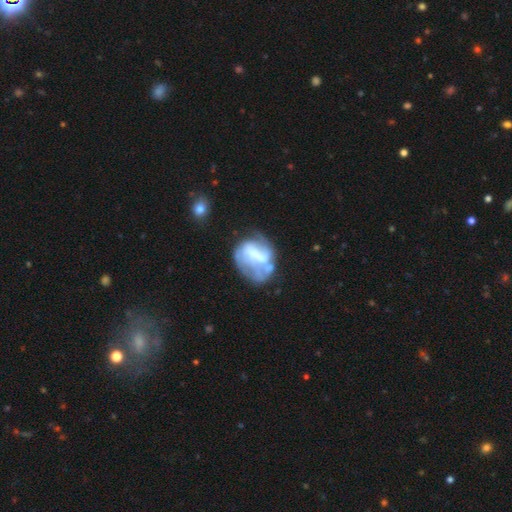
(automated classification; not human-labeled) This appears to be a featured or disk galaxy (59%) with no bar (48%), no spiral arms (64%) and no central bulge (45%). Merging: none (34%).